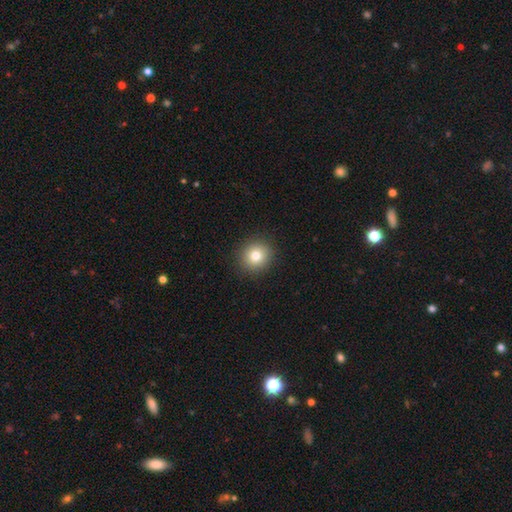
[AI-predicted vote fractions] Smooth or featured: smooth — 79% (star or artifact — 11%)
How rounded: round — 89% (in between — 11%)
Merging: none — 91% (minor disturbance — 6%)